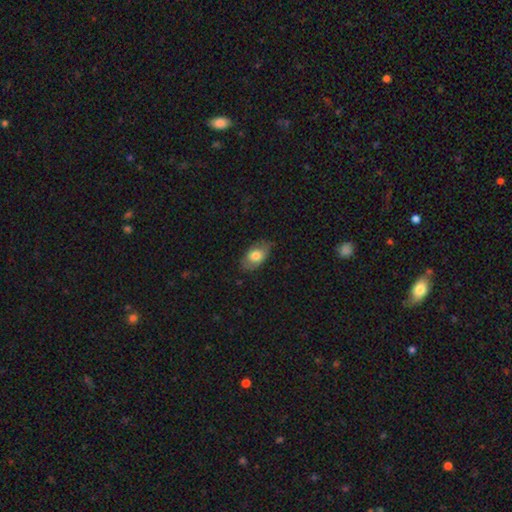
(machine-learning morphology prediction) Overall: smooth (77%). How rounded: in between (91%). Merging: none (77%).